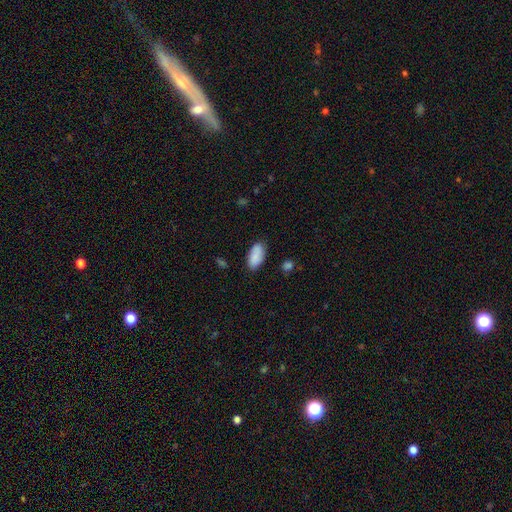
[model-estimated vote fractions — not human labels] Smooth or featured: smooth — 88% (star or artifact — 6%)
How rounded: in between — 92% (cigar-shaped — 5%)
Merging: none — 83% (minor disturbance — 13%)